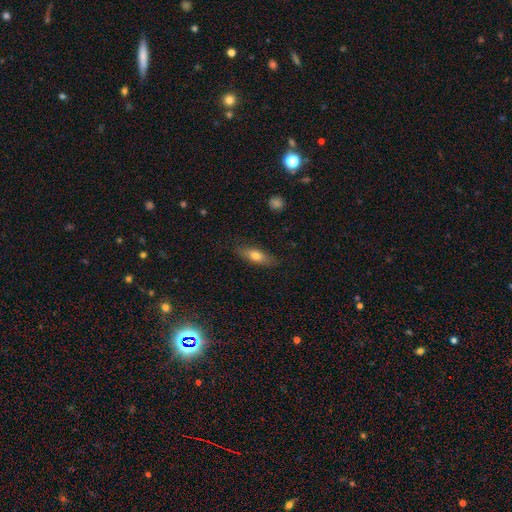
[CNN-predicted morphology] smooth_or_featured: smooth (p=0.69) [alt: featured or disk p=0.24]
how_rounded: in between (p=0.55) [alt: cigar-shaped p=0.42]
merging: none (p=0.82) [alt: minor disturbance p=0.13]